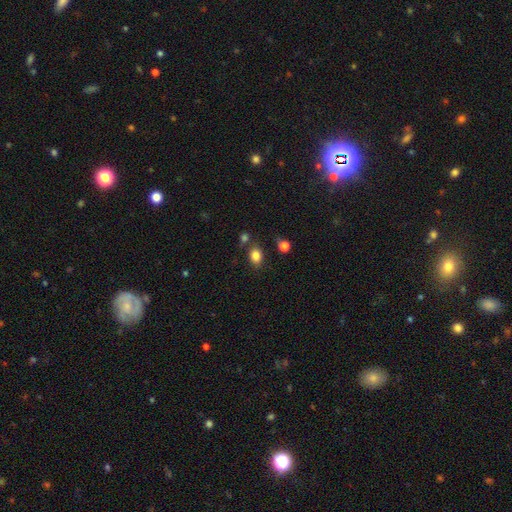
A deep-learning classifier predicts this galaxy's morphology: This is clearly a smooth galaxy (83%). How rounded: likely in between (65%). Merging: likely none (74%).